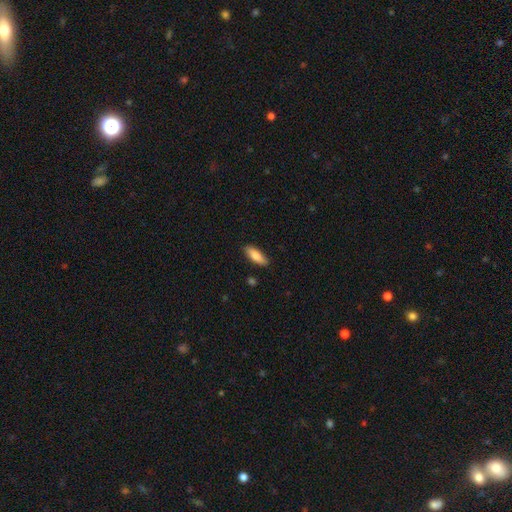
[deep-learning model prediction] The model was most divided on "how rounded": in between: 69%, cigar-shaped: 29%, round: 2%. More confident: merging — none (86%); smooth or featured — smooth (84%).